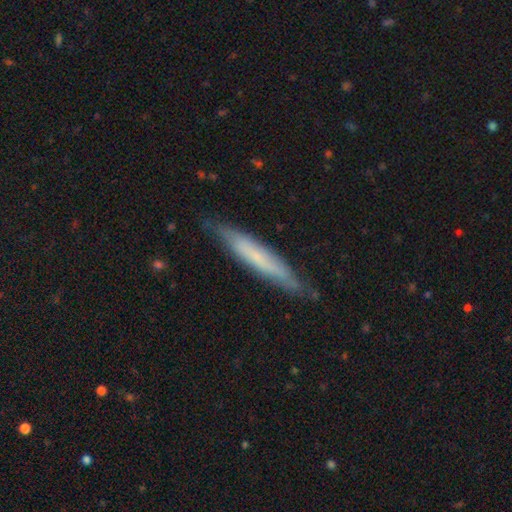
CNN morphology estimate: A smooth galaxy with no disk features (52%) that is cigar-shaped (92%). Merging: none (79%).